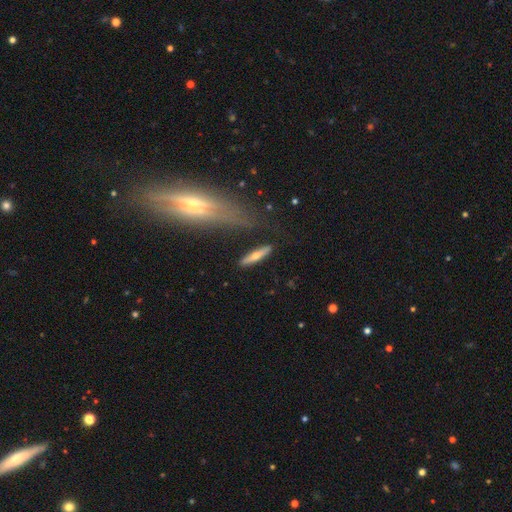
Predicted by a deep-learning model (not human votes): Overall: featured or disk (48%; smooth 44%). Merging: none (81%).